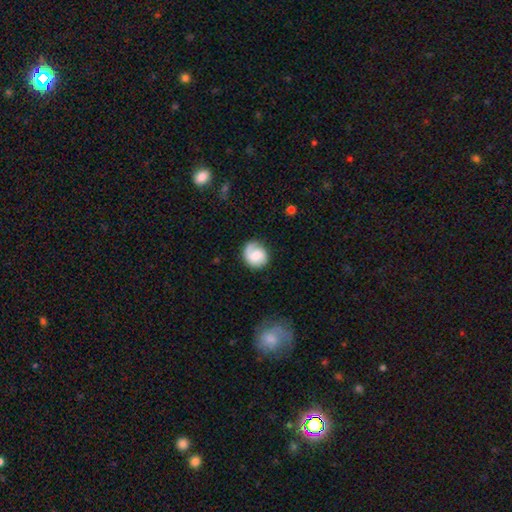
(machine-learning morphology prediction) The model was most divided on "spiral arm count": 2: 46%, 1: 45%, can't tell: 6%, 3: 1%, 4: 1%, more than 4: 1%. Remaining: edge-on disk — no (98%); spiral arms — yes (91%); merging — none (73%); smooth or featured — featured or disk (56%); bar — no (49%); bulge size — moderate (45%); spiral winding — medium (40%).